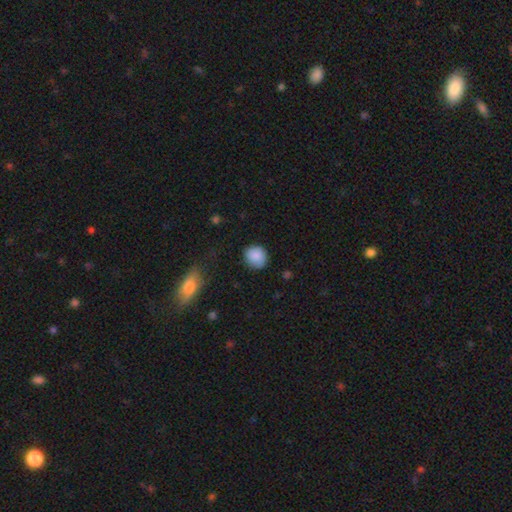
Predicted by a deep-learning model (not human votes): Morphology: type=smooth (87%); roundness=round (82%); merging=none (83%).